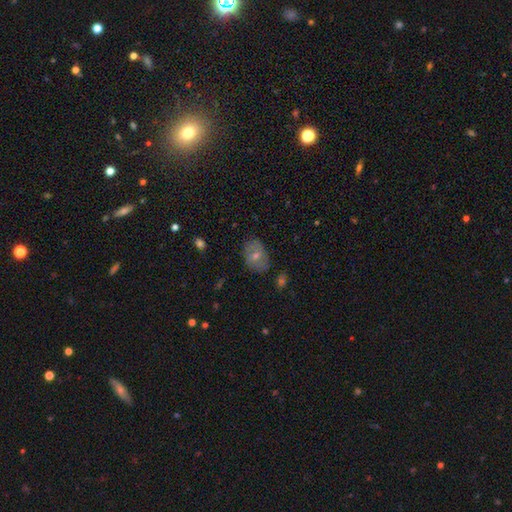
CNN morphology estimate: Smooth or featured? Predicted: smooth (p=0.44). Merging? Predicted: none (p=0.77).